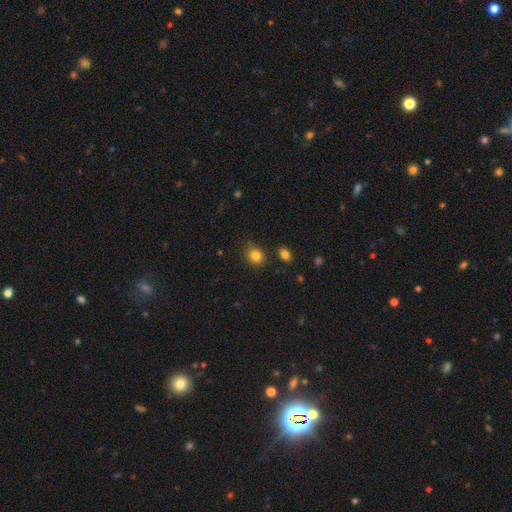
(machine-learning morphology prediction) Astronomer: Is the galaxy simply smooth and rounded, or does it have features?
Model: smooth — 84%.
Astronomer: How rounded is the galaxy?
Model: round — 67%.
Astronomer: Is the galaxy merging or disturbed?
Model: none — 81%.